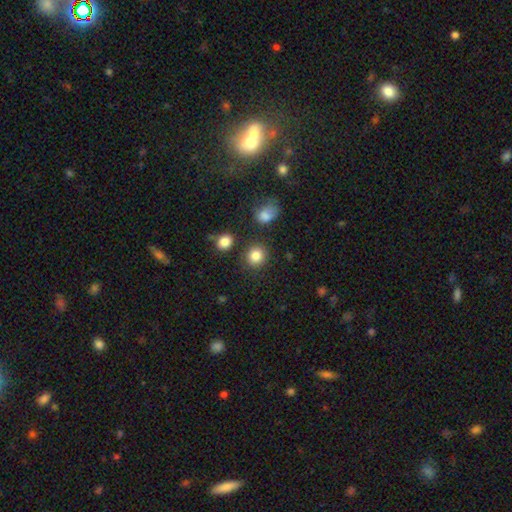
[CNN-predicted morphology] A smooth galaxy with no disk features (84%) that is round (82%). Merging: none (81%).